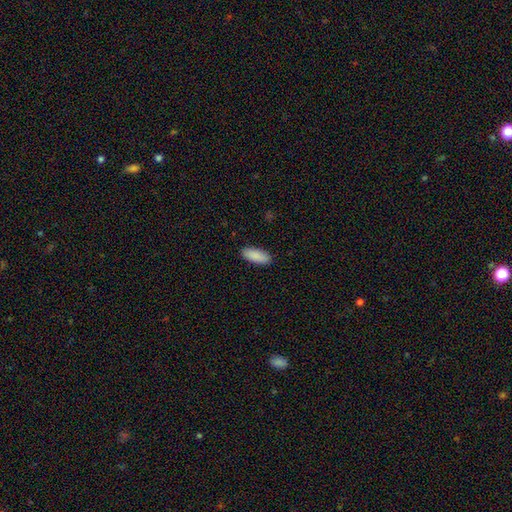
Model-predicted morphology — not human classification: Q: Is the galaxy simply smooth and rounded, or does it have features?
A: smooth — 90%.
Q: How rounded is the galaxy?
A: in between — 81%.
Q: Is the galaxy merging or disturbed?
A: none — 90%.